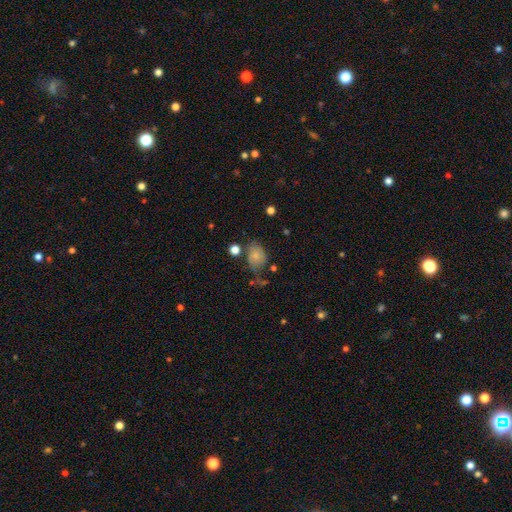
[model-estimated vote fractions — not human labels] The model was most divided on "merging": none: 46%, minor disturbance: 28%, major disturbance: 17%, merger: 10%. More confident: smooth or featured — smooth (67%); how rounded — in between (61%).